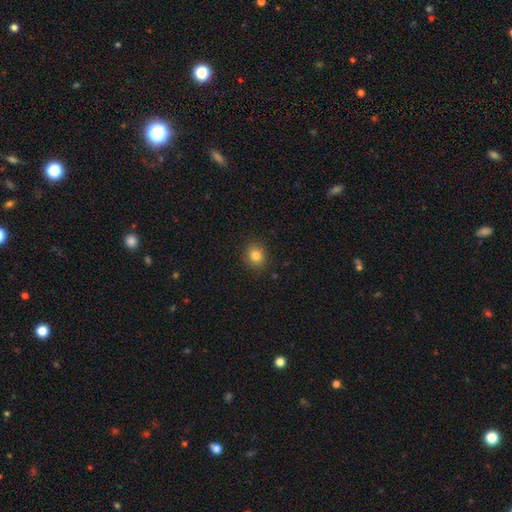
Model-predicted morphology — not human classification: Q: Smooth or featured?
A: smooth (82%); runner-up: star or artifact (12%)
Q: How rounded?
A: round (72%); runner-up: in between (27%)
Q: Merging?
A: none (89%); runner-up: minor disturbance (8%)